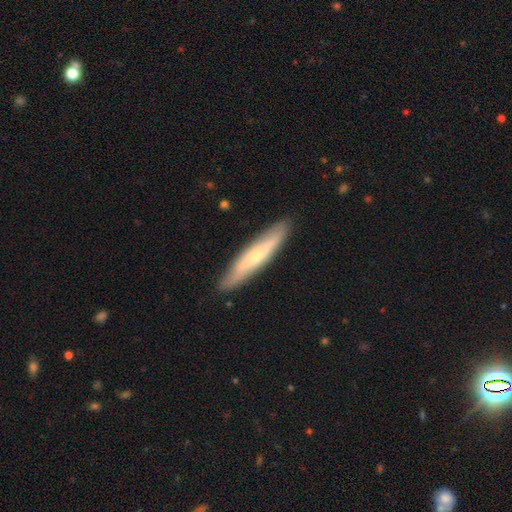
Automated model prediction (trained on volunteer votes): smooth-or-featured: featured or disk: 50% | smooth: 45% | star or artifact: 6%
  merging: none: 88% | minor disturbance: 9% | major disturbance: 2% | merger: 1%